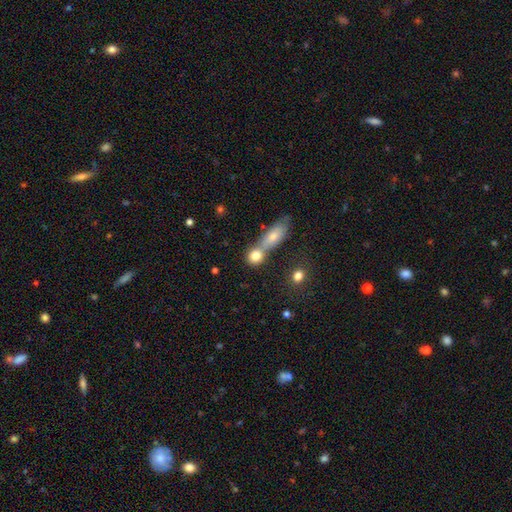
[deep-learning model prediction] A smooth galaxy with no disk features (80%) that is round (67%).

Vote fractions:
- Smooth or featured? smooth: 80% / featured or disk: 11% / star or artifact: 9%
- How rounded? round: 67% / in between: 26% / cigar-shaped: 7%
- Merging? merger: 47% / none: 41% / minor disturbance: 8% / major disturbance: 4%